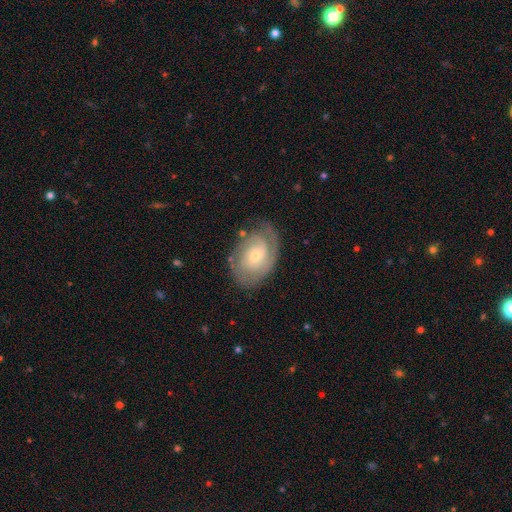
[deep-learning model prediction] A featured or disk galaxy (76%) with no bar (73%), 2 (37%) tight (65%) spiral arms (89%) and a small central bulge (63%).

Vote fractions:
- Smooth or featured? featured or disk: 76% / smooth: 18% / star or artifact: 6%
- Edge-on disk? no: 96% / yes: 4%
- Bar? no: 73% / weak: 23% / strong: 4%
- Spiral arms? yes: 89% / no: 11%
- Spiral winding? tight: 65% / medium: 27% / loose: 8%
- Spiral arm count? 2: 37% / can't tell: 32% / 1: 17% / 3: 9% / 4: 3% / more than 4: 3%
- Bulge size? small: 63% / moderate: 33% / large: 2% / none: 1% / dominant: 1%
- Merging? none: 71% / minor disturbance: 20% / major disturbance: 8% / merger: 2%